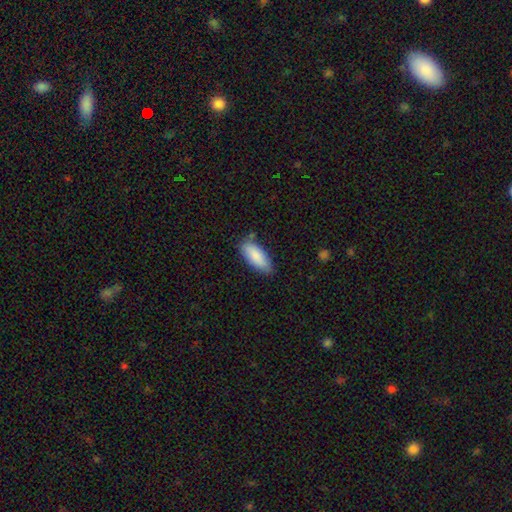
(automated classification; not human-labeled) Overall: smooth (86%). How rounded: in between (79%). Merging: none (76%).